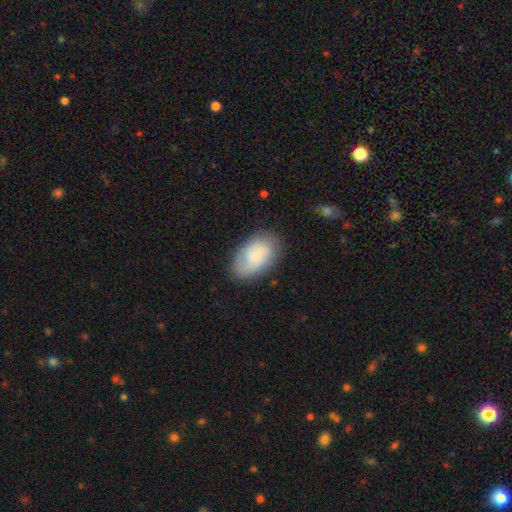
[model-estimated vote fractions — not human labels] Morphology: type=smooth (62%); roundness=in between (91%); merging=none (77%).